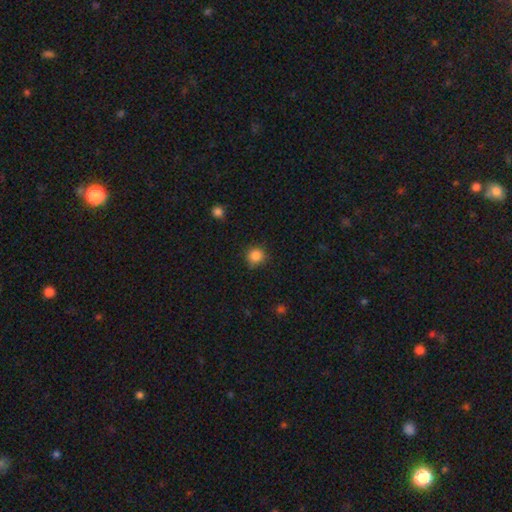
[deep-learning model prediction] A smooth galaxy with no disk features (85%) that is round (91%). Merging: none (82%).